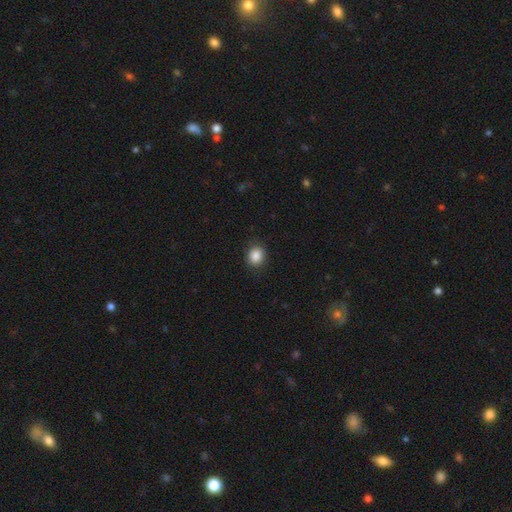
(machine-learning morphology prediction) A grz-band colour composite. It shows a smooth galaxy with no disk features (87%) that is round (69%). Merging: none (87%).